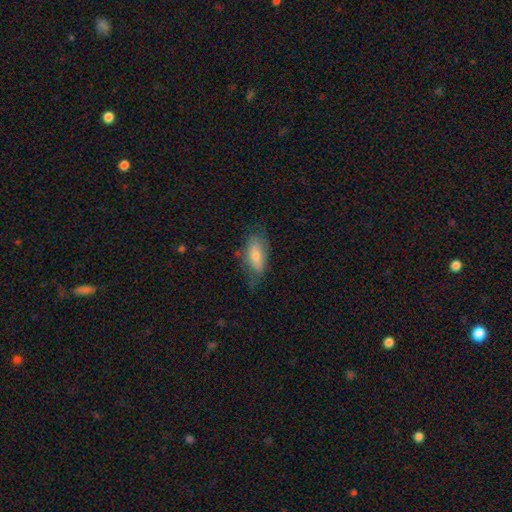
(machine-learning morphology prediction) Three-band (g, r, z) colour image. It shows a smooth galaxy with no disk features (63%) that is in between round and cigar-shaped (80%). Merging: none (63%).